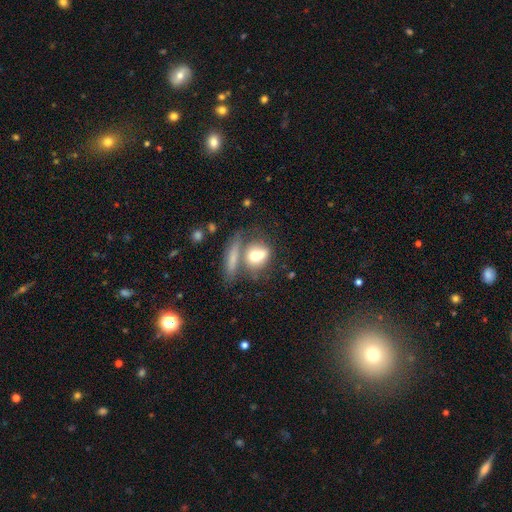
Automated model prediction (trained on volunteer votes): Smooth or featured? Predicted: smooth (p=0.65). How rounded? Predicted: in between (p=0.48). Merging? Predicted: merger (p=0.49).